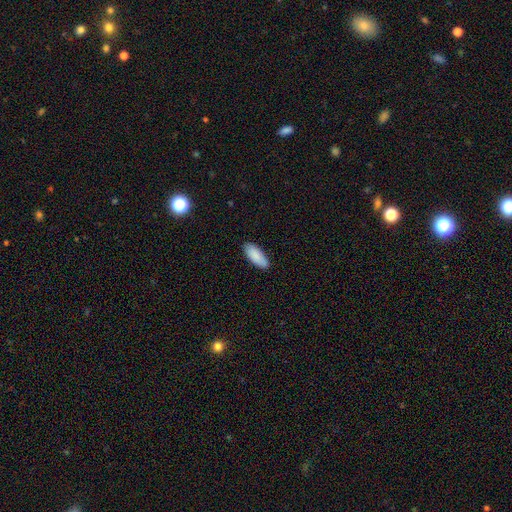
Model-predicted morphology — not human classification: smooth 89%, star or artifact 6%, featured or disk 6%. Down the decision tree: how rounded — in between (82%); merging — none (86%).